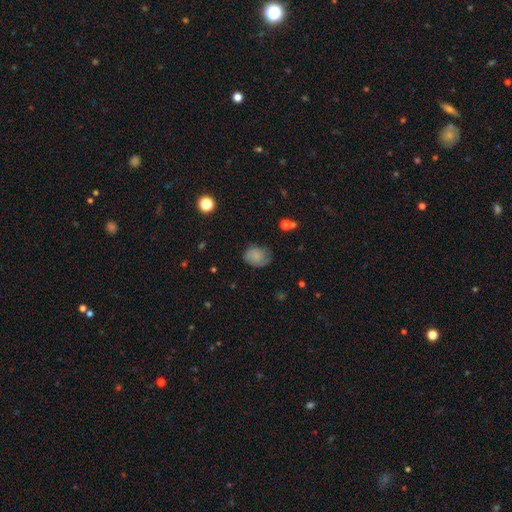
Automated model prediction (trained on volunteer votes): A smooth galaxy with no disk features (74%) that is in between round and cigar-shaped (60%).

Vote fractions:
- Smooth or featured? smooth: 74% / featured or disk: 17% / star or artifact: 9%
- How rounded? in between: 60% / round: 39% / cigar-shaped: 1%
- Merging? none: 62% / minor disturbance: 27% / major disturbance: 9% / merger: 2%